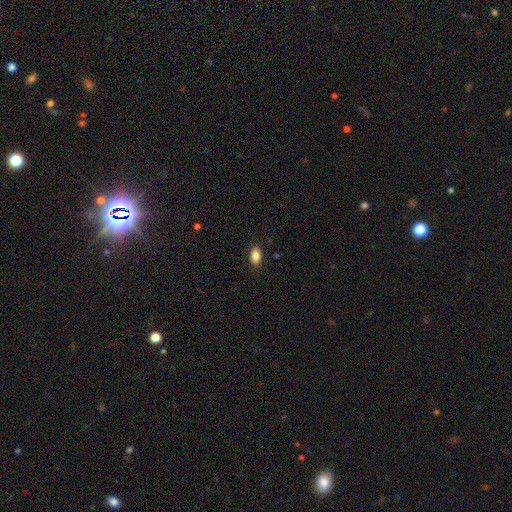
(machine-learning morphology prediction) Q: Smooth or featured?
A: smooth (84%); runner-up: star or artifact (9%)
Q: How rounded?
A: in between (88%); runner-up: round (7%)
Q: Merging?
A: none (85%); runner-up: minor disturbance (11%)